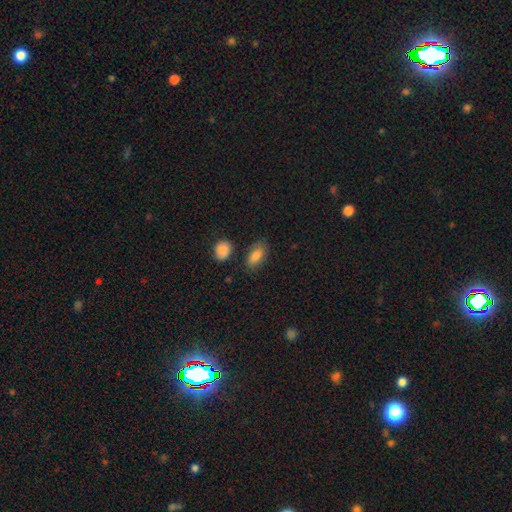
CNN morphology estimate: A smooth galaxy with no disk features (85%) that is in between round and cigar-shaped (90%).

Vote fractions:
- Smooth or featured? smooth: 85% / featured or disk: 8% / star or artifact: 7%
- How rounded? in between: 90% / cigar-shaped: 5% / round: 4%
- Merging? none: 77% / minor disturbance: 15% / merger: 4% / major disturbance: 4%